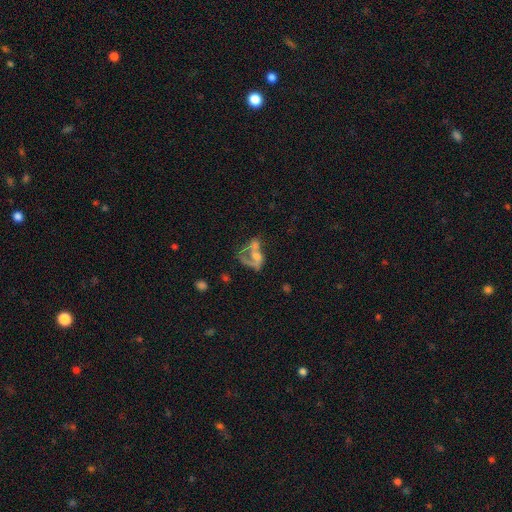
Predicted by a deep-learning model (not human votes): This appears to be a featured or disk galaxy (56%) with no bar (74%), no spiral arms (56%) and no central bulge (33%, tied with moderate). Merging: merger (47%).